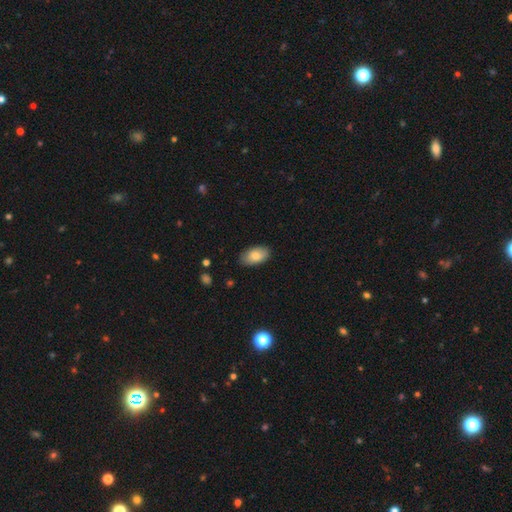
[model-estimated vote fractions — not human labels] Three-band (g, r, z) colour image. It shows a smooth galaxy with no disk features (83%) that is in between round and cigar-shaped (94%). Merging: none (85%).